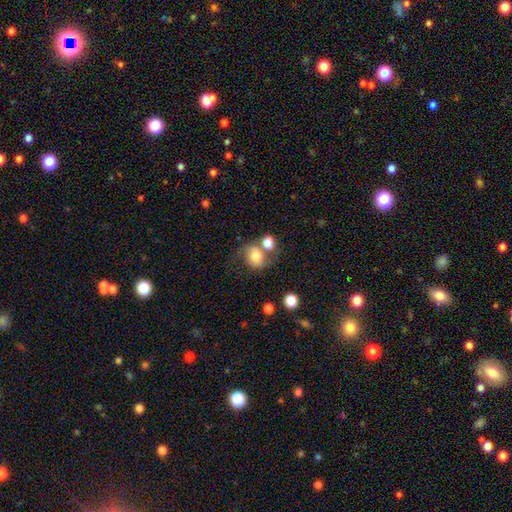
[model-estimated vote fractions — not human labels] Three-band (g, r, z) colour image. It shows a smooth galaxy with no disk features (71%) that is round (59%). Merging: merger (40%).